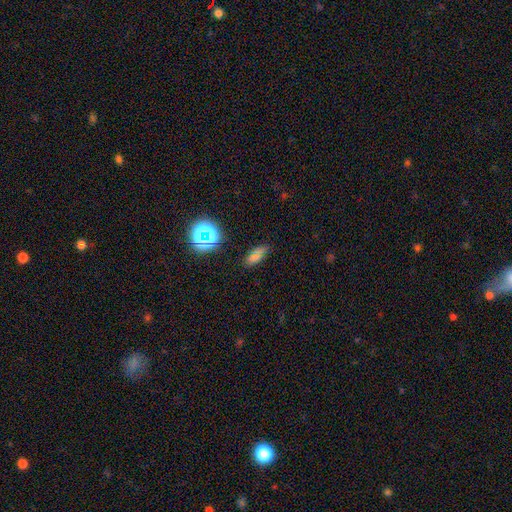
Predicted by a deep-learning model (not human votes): Morphology: type=smooth (64%); roundness=in between (66%); merging=none (65%).